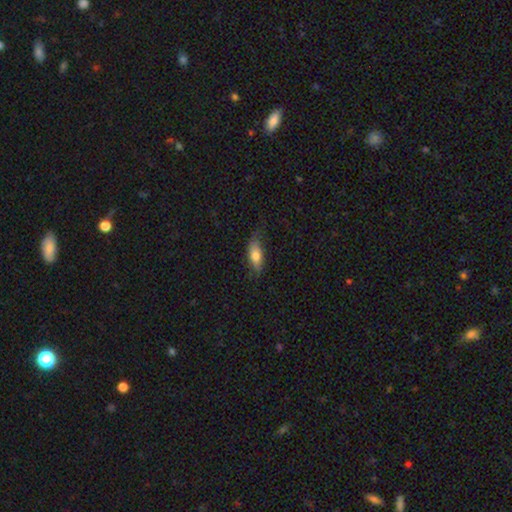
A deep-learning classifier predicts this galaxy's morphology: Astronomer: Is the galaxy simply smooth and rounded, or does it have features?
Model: smooth — 75%.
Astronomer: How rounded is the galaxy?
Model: in between — 81%.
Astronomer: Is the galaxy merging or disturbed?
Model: none — 62%.